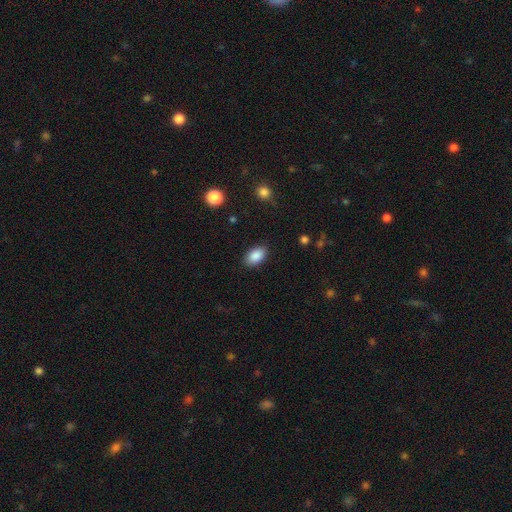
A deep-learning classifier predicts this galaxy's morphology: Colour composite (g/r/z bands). It shows a smooth galaxy with no disk features (89%) that is in between round and cigar-shaped (92%). Merging: none (87%).